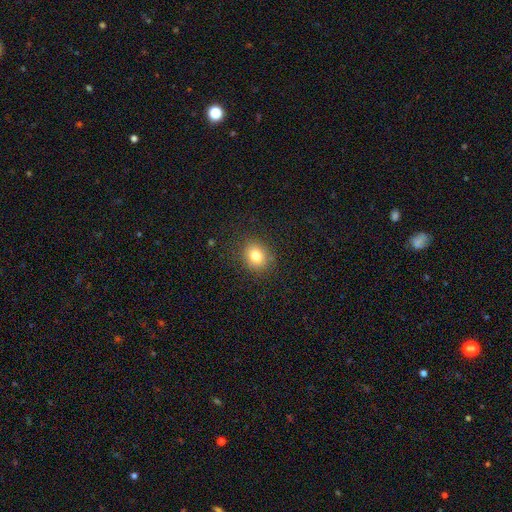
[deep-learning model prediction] smooth 80%, star or artifact 12%, featured or disk 8%. Down the decision tree: how rounded — round (66%); merging — none (86%).